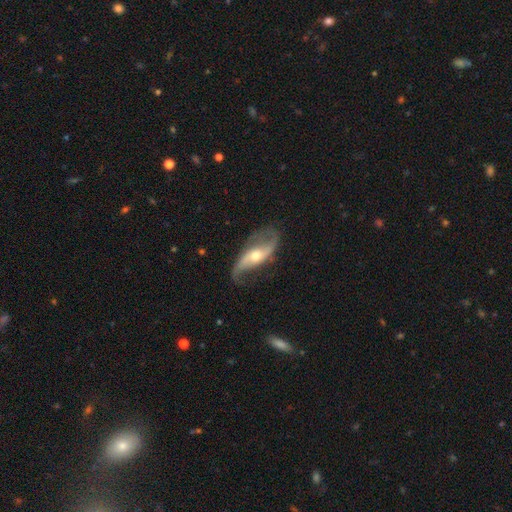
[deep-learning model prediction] Smooth or featured?
  - featured or disk: 86% *
  - smooth: 9%
  - star or artifact: 5%
Edge-on disk?
  - no: 92% *
  - yes: 8%
Bar?
  - no: 40% *
  - weak: 33%
  - strong: 27%
Spiral arms?
  - yes: 95% *
  - no: 5%
Spiral winding?
  - loose: 75% *
  - medium: 19%
  - tight: 6%
Spiral arm count?
  - 2: 91% *
  - 1: 3%
  - can't tell: 3%
  - 3: 1%
  - 4: 1%
  - more than 4: 1%
Bulge size?
  - moderate: 62% *
  - small: 31%
  - large: 4%
  - none: 1%
  - dominant: 1%
Merging?
  - none: 70% *
  - minor disturbance: 18%
  - major disturbance: 10%
  - merger: 2%